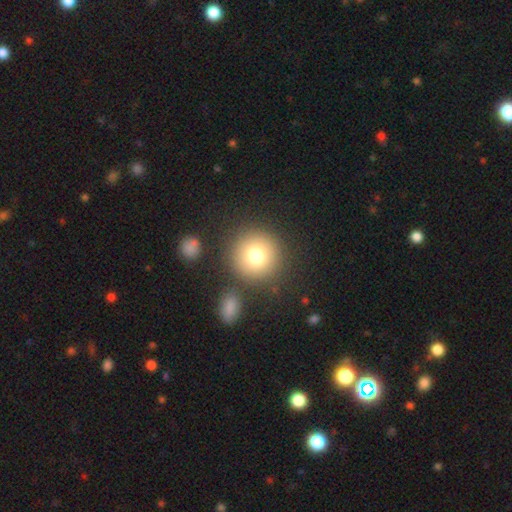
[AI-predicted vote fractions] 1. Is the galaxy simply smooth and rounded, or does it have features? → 78% smooth, 11% star or artifact, 11% featured or disk.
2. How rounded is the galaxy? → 93% round, 6% in between, 1% cigar-shaped.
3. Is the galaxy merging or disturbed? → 80% none, 8% merger, 8% minor disturbance, 4% major disturbance.